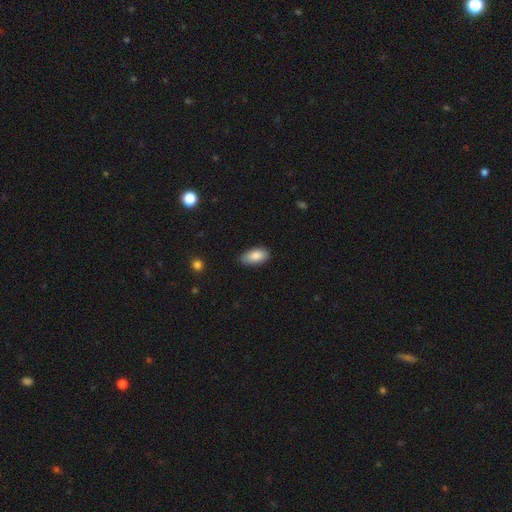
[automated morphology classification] This appears to be a smooth galaxy with no disk features (87%) that is in between round and cigar-shaped (92%). Merging: none (78%).